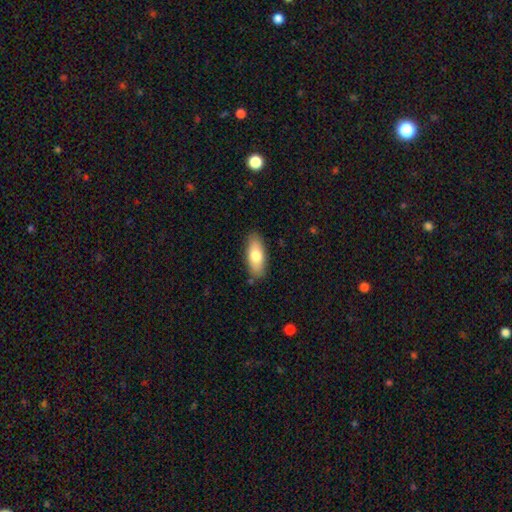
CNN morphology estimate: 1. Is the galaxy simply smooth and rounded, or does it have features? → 75% smooth, 19% featured or disk, 6% star or artifact.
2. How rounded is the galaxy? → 78% in between, 19% cigar-shaped, 3% round.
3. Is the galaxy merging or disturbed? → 86% none, 11% minor disturbance, 2% major disturbance, 2% merger.